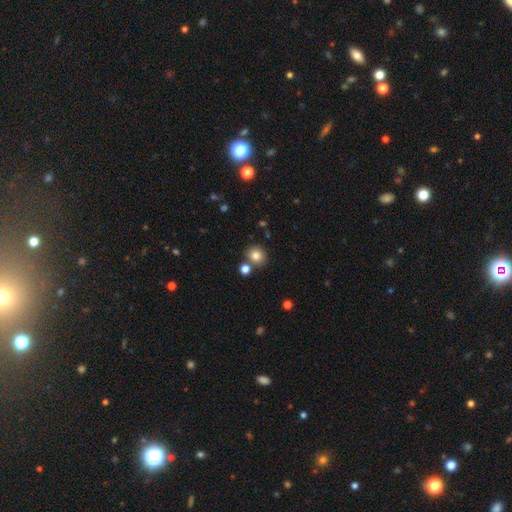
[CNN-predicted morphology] Overall: smooth (81%). How rounded: round (87%). Merging: none (77%).